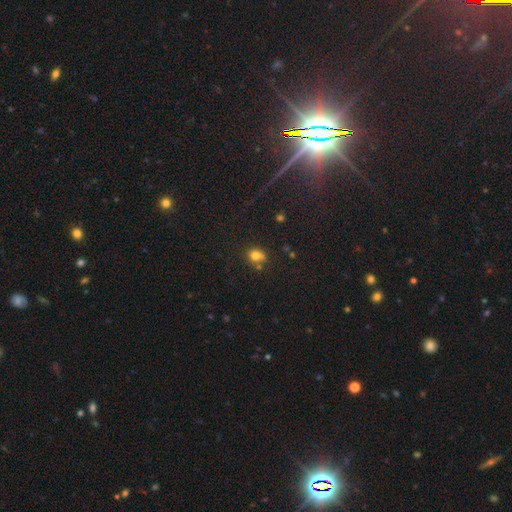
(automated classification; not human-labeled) Smooth or featured: smooth — 74% (star or artifact — 15%)
How rounded: round — 71% (in between — 28%)
Merging: none — 50% (merger — 26%)